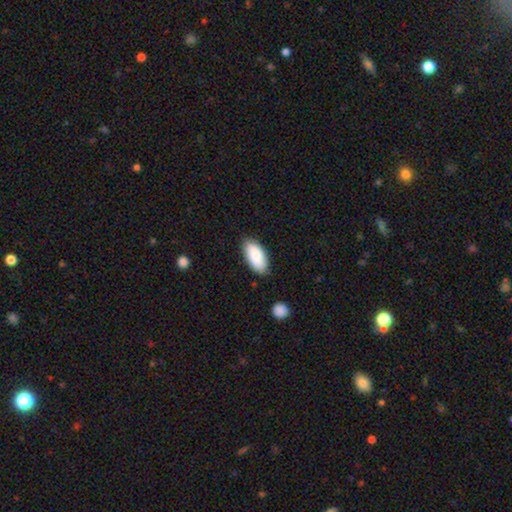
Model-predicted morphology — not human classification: type=smooth (84%); roundness=in between (92%); merging=none (82%).